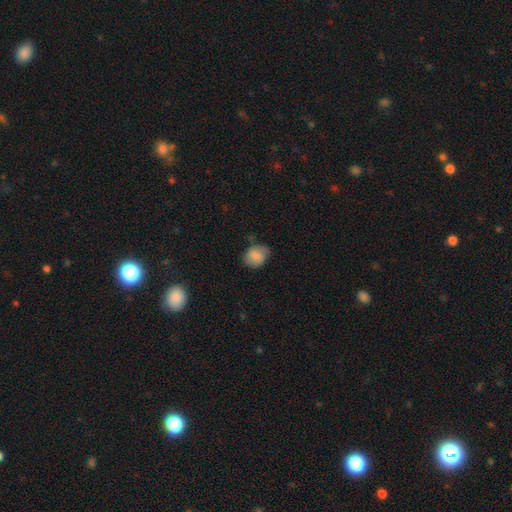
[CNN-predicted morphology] A smooth galaxy with no disk features (83%) that is in between round and cigar-shaped (58%). Merging: none (66%).